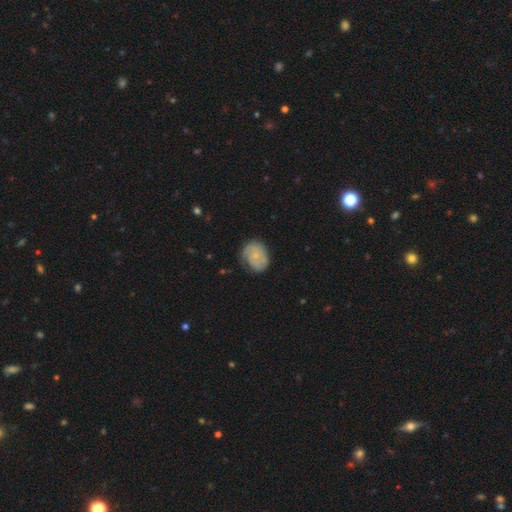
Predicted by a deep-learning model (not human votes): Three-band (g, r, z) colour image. It shows a featured or disk galaxy (50%). Merging: none (65%).